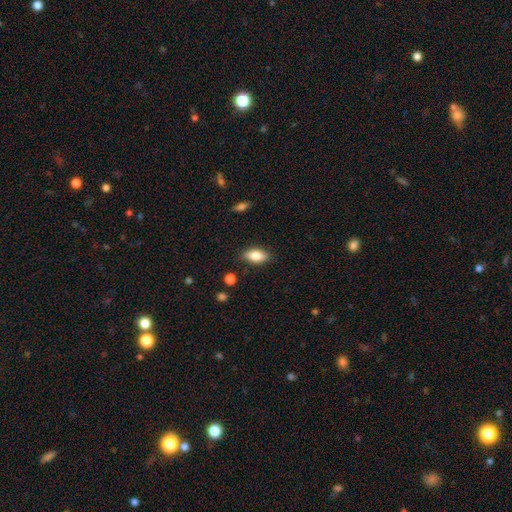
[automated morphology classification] smooth-or-featured: smooth: 81% | featured or disk: 12% | star or artifact: 7%
  how-rounded: in between: 88% | cigar-shaped: 7% | round: 5%
  merging: none: 83% | minor disturbance: 13% | major disturbance: 3% | merger: 2%